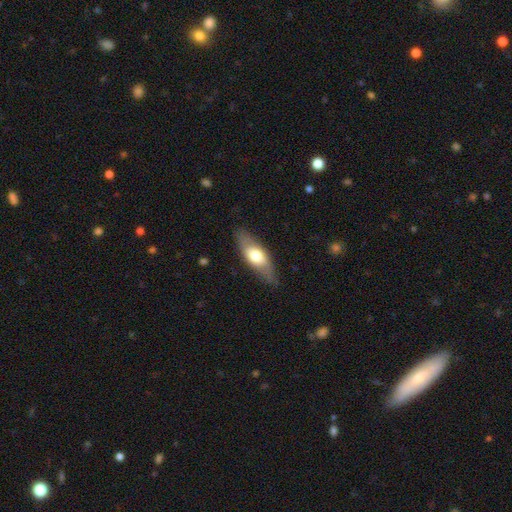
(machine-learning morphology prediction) The model was most divided on "smooth or featured": smooth: 60%, featured or disk: 35%, star or artifact: 6%. More confident: merging — none (78%); how rounded — in between (72%).